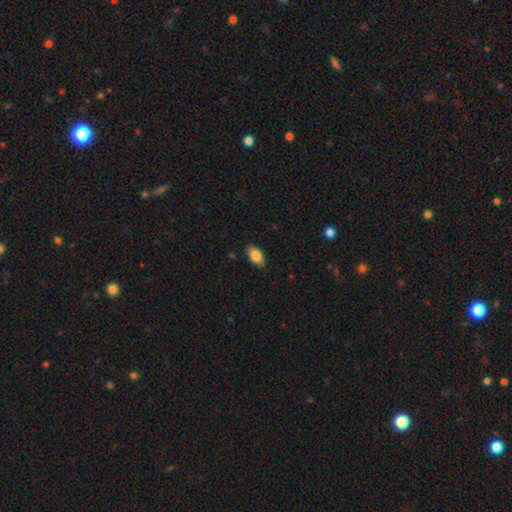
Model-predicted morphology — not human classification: This is clearly a smooth galaxy (86%). How rounded: clearly in between (93%). Merging: clearly none (86%).